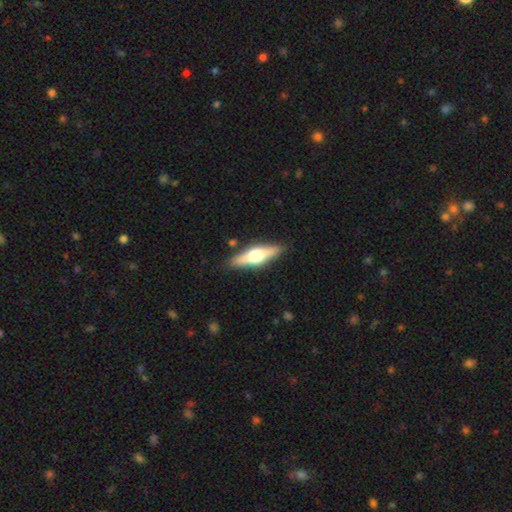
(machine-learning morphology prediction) smooth-or-featured: featured or disk: 58% | smooth: 36% | star or artifact: 6%
  disk-edge-on: yes: 94% | no: 6%
    edge-on-bulge: rounded: 94% | boxy: 4% | none: 2%
  merging: none: 87% | minor disturbance: 9% | major disturbance: 2% | merger: 2%